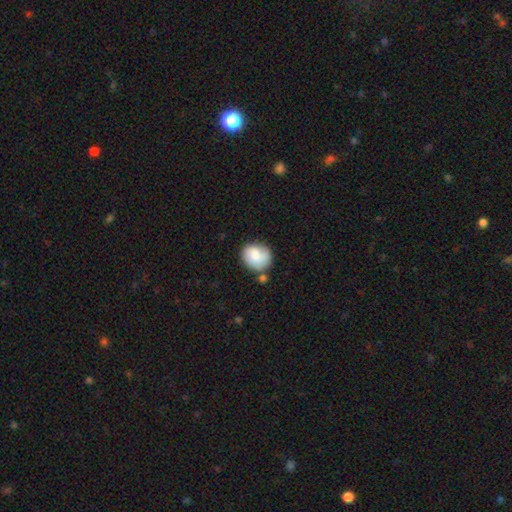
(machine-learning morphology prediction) smooth_or_featured: smooth (p=0.71) [alt: featured or disk p=0.22]
how_rounded: round (p=0.69) [alt: in between p=0.30]
merging: none (p=0.59) [alt: minor disturbance p=0.23]